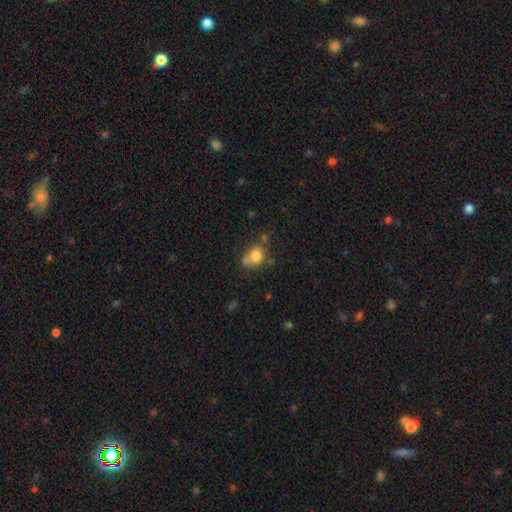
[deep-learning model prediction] This is likely a smooth galaxy (75%). How rounded: possibly in between (51%). Merging: marginally none (38%).